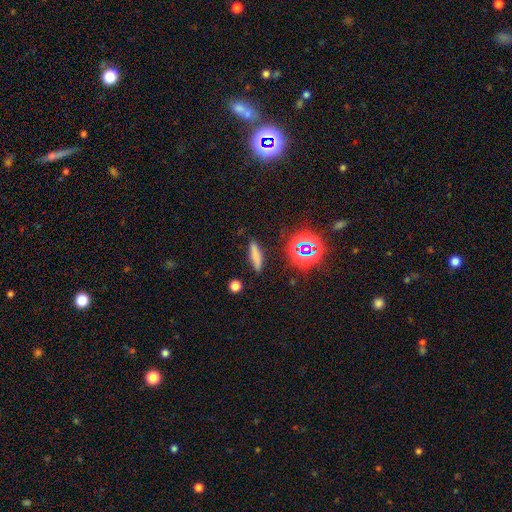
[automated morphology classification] Smooth or featured? smooth (70%)
How rounded? cigar-shaped (79%)
Merging? none (83%)